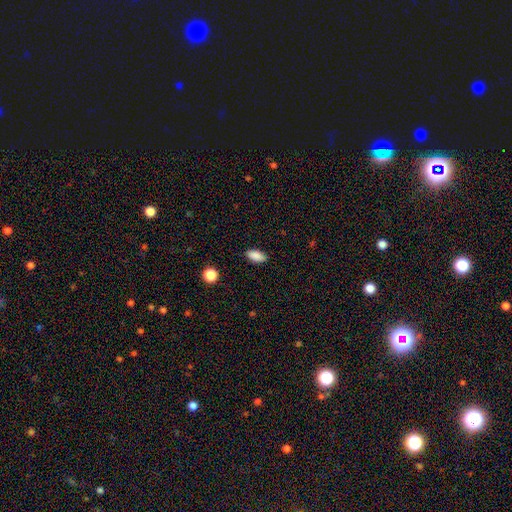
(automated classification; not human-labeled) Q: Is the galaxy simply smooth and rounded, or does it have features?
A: smooth — 87%.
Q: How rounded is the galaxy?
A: in between — 88%.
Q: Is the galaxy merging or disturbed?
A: none — 86%.